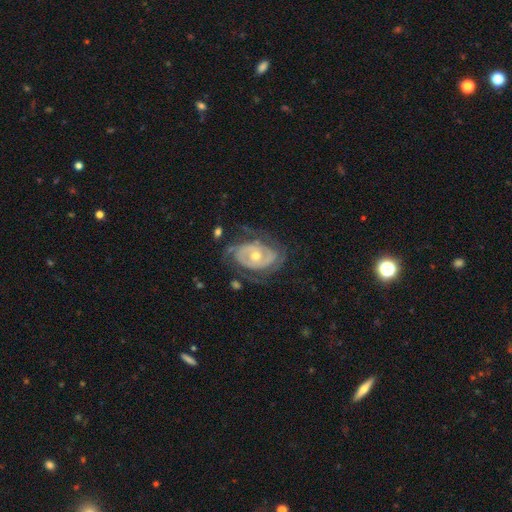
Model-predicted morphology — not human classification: smooth-or-featured: featured or disk: 84% | smooth: 11% | star or artifact: 5%
  disk-edge-on: no: 96% | yes: 4%
    bar: no: 70% | weak: 22% | strong: 8%
    has-spiral-arms: yes: 85% | no: 15%
      spiral-winding: tight: 65% | medium: 26% | loose: 10%
      spiral-arm-count: 2: 52% | can't tell: 27% | 3: 10% | 1: 5% | 4: 3% | more than 4: 3%
    bulge-size: moderate: 58% | small: 38% | large: 2% | none: 1% | dominant: 1%
  merging: none: 64% | minor disturbance: 20% | major disturbance: 14% | merger: 2%